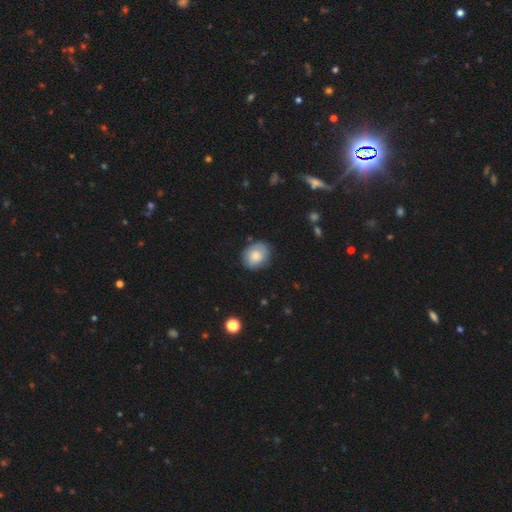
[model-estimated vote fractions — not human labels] Q: Smooth or featured?
A: smooth (75%); runner-up: featured or disk (17%)
Q: How rounded?
A: round (58%); runner-up: in between (41%)
Q: Merging?
A: none (77%); runner-up: minor disturbance (18%)